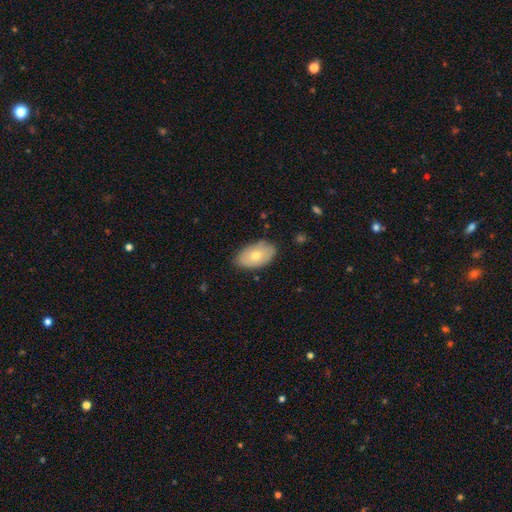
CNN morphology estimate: Smooth or featured?
  - smooth: 69% *
  - featured or disk: 25%
  - star or artifact: 6%
How rounded?
  - in between: 92% *
  - round: 6%
  - cigar-shaped: 1%
Merging?
  - none: 80% *
  - minor disturbance: 16%
  - major disturbance: 3%
  - merger: 1%